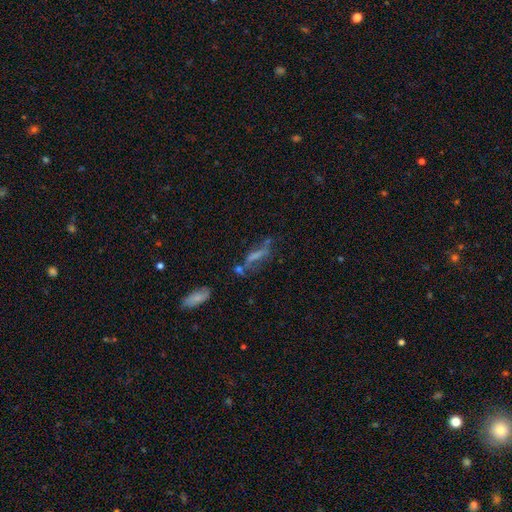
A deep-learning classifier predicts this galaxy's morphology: Smooth or featured? Predicted: featured or disk (p=0.45). Merging? Predicted: none (p=0.47).